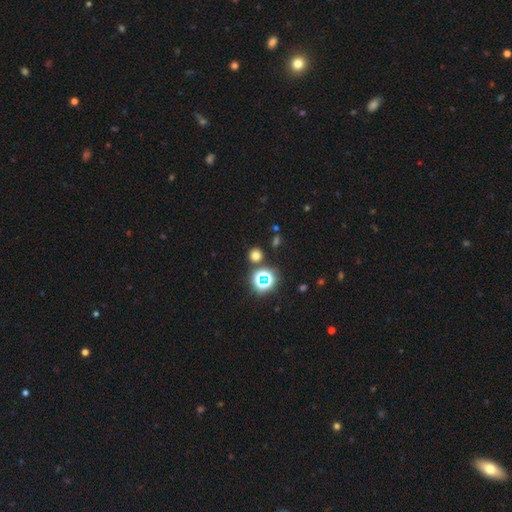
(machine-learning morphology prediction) Overall: smooth (67%; star or artifact 28%). How rounded: round (89%). Merging: none (84%).